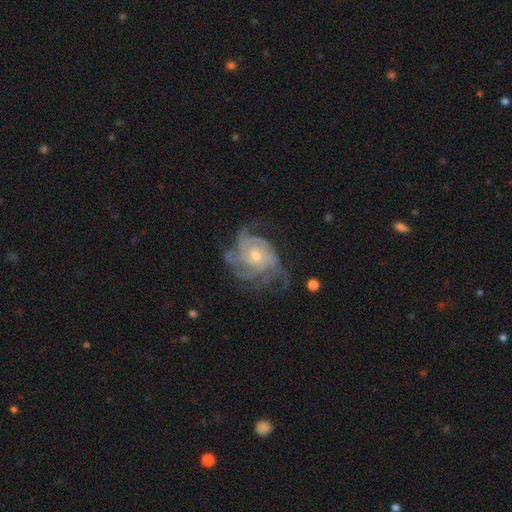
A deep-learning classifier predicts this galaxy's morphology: A featured or disk galaxy (88%) with no bar (72%), 4 (36%) tight (56%) spiral arms (97%) and a small central bulge (50%).

Vote fractions:
- Smooth or featured? featured or disk: 88% / star or artifact: 6% / smooth: 6%
- Edge-on disk? no: 98% / yes: 2%
- Bar? no: 72% / weak: 24% / strong: 4%
- Spiral arms? yes: 97% / no: 3%
- Spiral winding? tight: 56% / medium: 36% / loose: 8%
- Spiral arm count? 4: 36% / 3: 20% / can't tell: 20% / more than 4: 10% / 2: 8% / 1: 7%
- Bulge size? small: 50% / moderate: 46% / large: 2% / none: 2% / dominant: 1%
- Merging? none: 65% / minor disturbance: 20% / major disturbance: 13% / merger: 2%